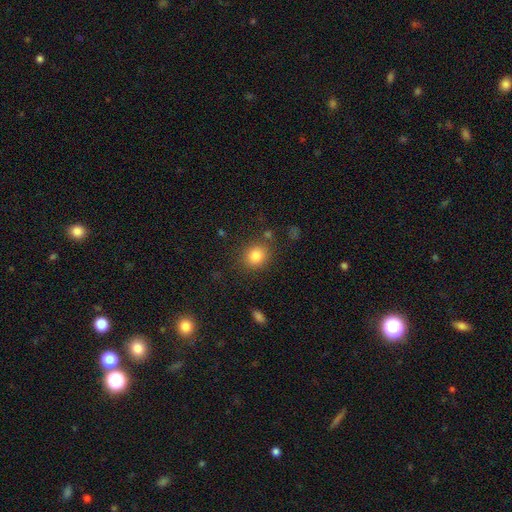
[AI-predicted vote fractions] Smooth or featured? Predicted: smooth (p=0.84). How rounded? Predicted: round (p=0.74). Merging? Predicted: none (p=0.81).